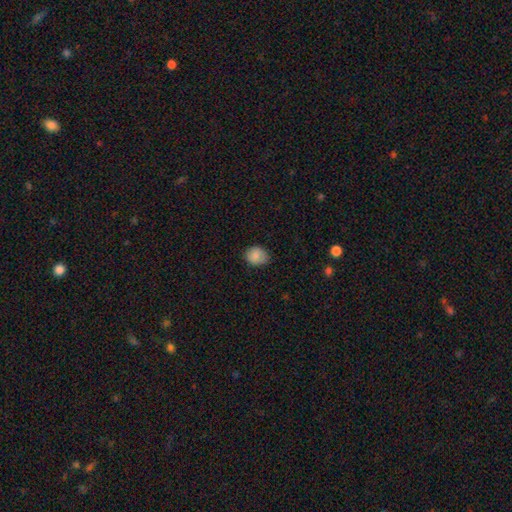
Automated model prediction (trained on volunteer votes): A smooth galaxy with no disk features (86%) that is round (58%).

Vote fractions:
- Smooth or featured? smooth: 86% / star or artifact: 8% / featured or disk: 6%
- How rounded? round: 58% / in between: 41% / cigar-shaped: 1%
- Merging? none: 74% / minor disturbance: 21% / major disturbance: 3% / merger: 1%